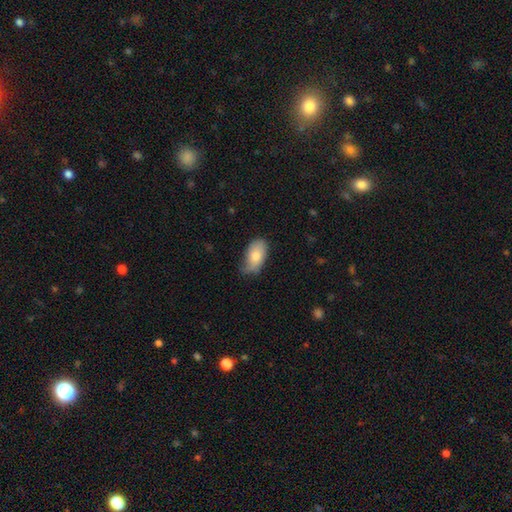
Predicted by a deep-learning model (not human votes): smooth 80%, featured or disk 13%, star or artifact 6%. Down the decision tree: how rounded — in between (93%); merging — none (56%).